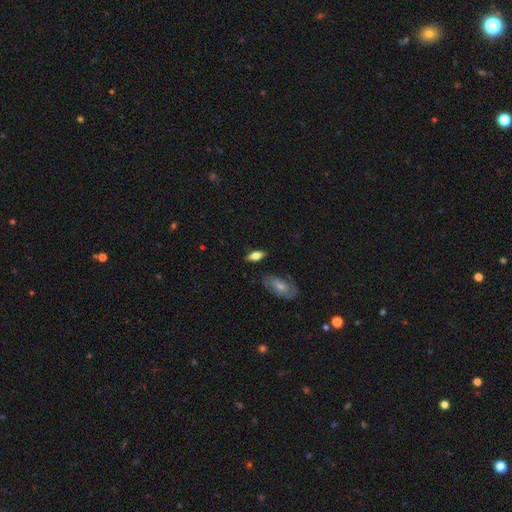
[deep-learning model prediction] Smooth or featured: smooth — 67% (featured or disk — 26%)
How rounded: in between — 80% (cigar-shaped — 16%)
Merging: none — 80% (minor disturbance — 14%)